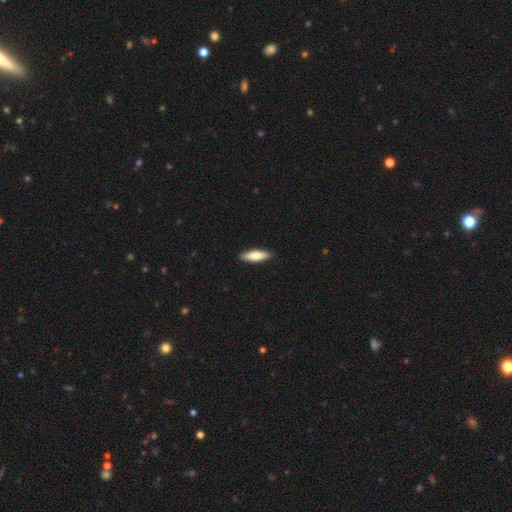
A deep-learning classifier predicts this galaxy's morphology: type=smooth (77%); roundness=cigar-shaped (56%); merging=none (90%).